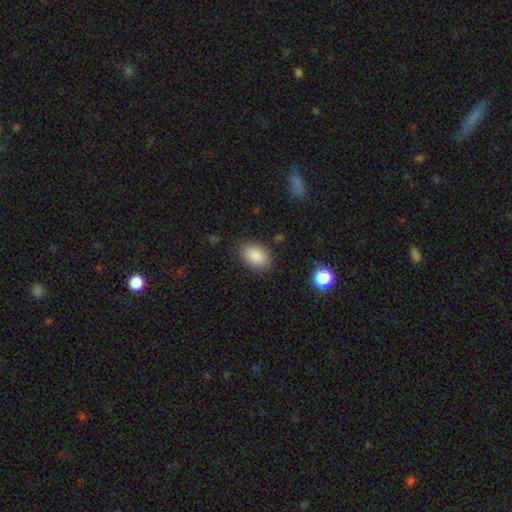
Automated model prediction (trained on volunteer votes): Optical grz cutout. It shows a smooth galaxy with no disk features (87%) that is in between round and cigar-shaped (87%). Merging: none (83%).